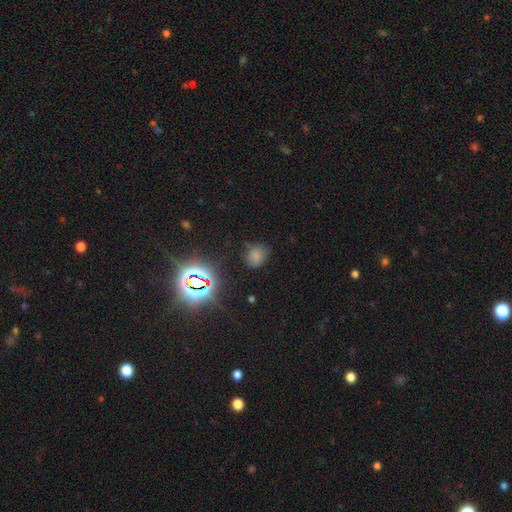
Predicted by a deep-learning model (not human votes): This appears to be a smooth galaxy with no disk features (66%) that is round (53%). Merging: none (70%).